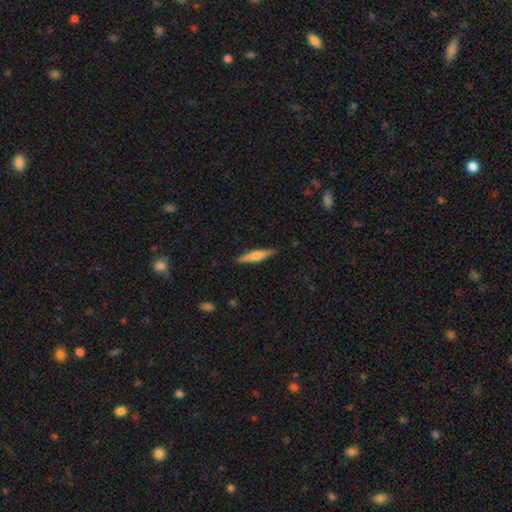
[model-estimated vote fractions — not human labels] Smooth or featured? Predicted: smooth (p=0.50). How rounded? Predicted: cigar-shaped (p=0.89). Merging? Predicted: none (p=0.90).